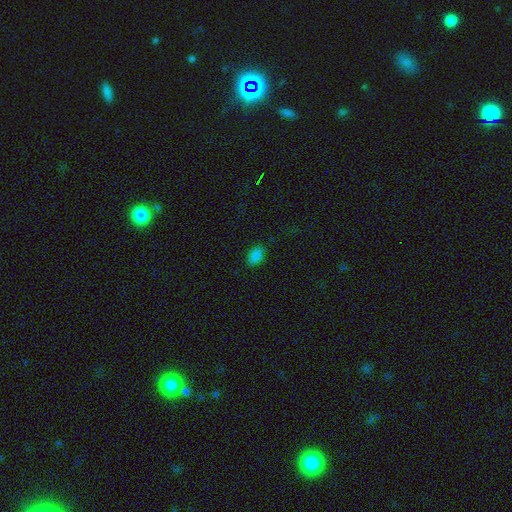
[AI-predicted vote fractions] Overall: smooth (84%). How rounded: in between (91%). Merging: none (86%).